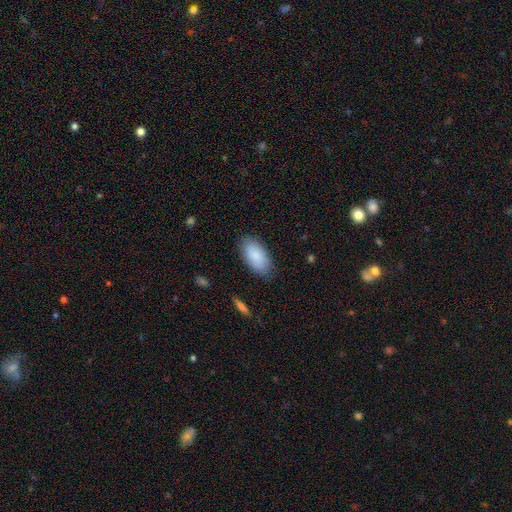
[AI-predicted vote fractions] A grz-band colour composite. It shows a smooth galaxy with no disk features (87%) that is in between round and cigar-shaped (94%). Merging: none (85%).